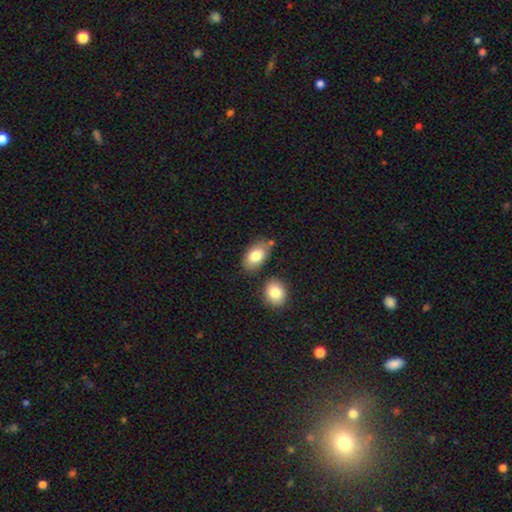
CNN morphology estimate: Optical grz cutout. It shows a smooth galaxy with no disk features (81%) that is in between round and cigar-shaped (92%). Merging: none (69%).